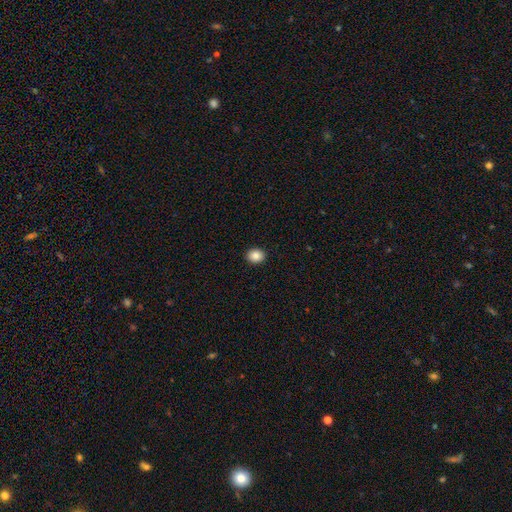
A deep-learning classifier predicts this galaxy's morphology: A smooth galaxy with no disk features (86%) that is round (61%).

Vote fractions:
- Smooth or featured? smooth: 86% / star or artifact: 9% / featured or disk: 5%
- How rounded? round: 61% / in between: 38% / cigar-shaped: 1%
- Merging? none: 92% / minor disturbance: 6% / major disturbance: 2% / merger: 1%